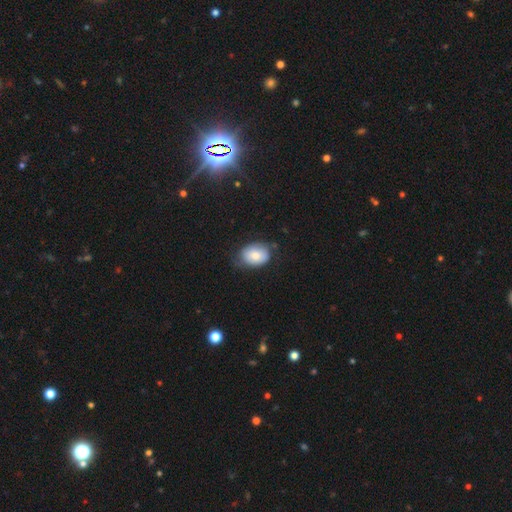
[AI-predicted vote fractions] smooth 73%, featured or disk 19%, star or artifact 8%. Down the decision tree: how rounded — in between (69%); merging — none (59%).